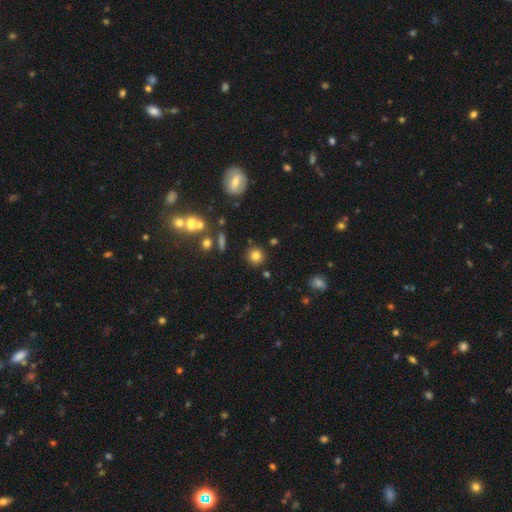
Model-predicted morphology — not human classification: Smooth or featured? smooth (79%)
How rounded? round (91%)
Merging? none (87%)